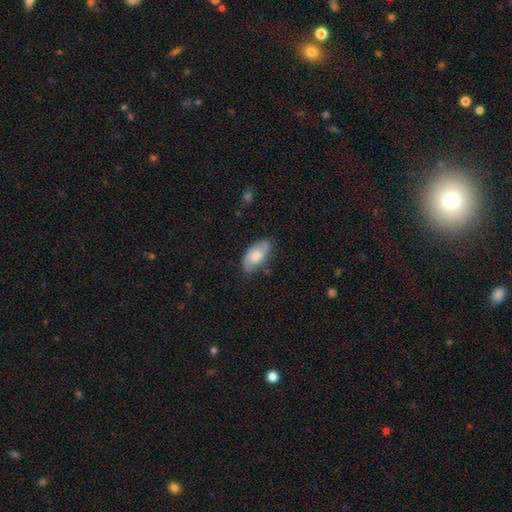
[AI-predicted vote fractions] The model was most divided on "smooth or featured": featured or disk: 55%, smooth: 39%, star or artifact: 6%. More confident: edge-on disk — no (91%); merging — none (77%).